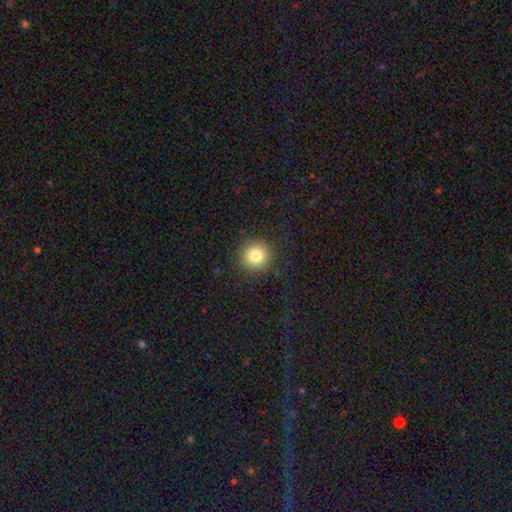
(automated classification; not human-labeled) The model was most divided on "smooth or featured": smooth: 81%, star or artifact: 12%, featured or disk: 7%. More confident: how rounded — round (94%); merging — none (90%).